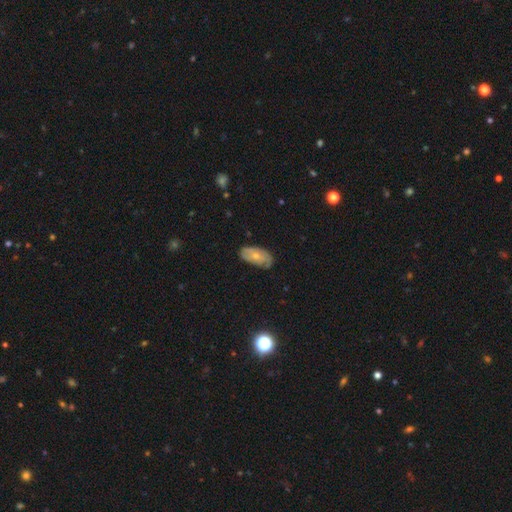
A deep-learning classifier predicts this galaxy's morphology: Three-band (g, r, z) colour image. It shows a smooth galaxy with no disk features (48%). Merging: none (67%).